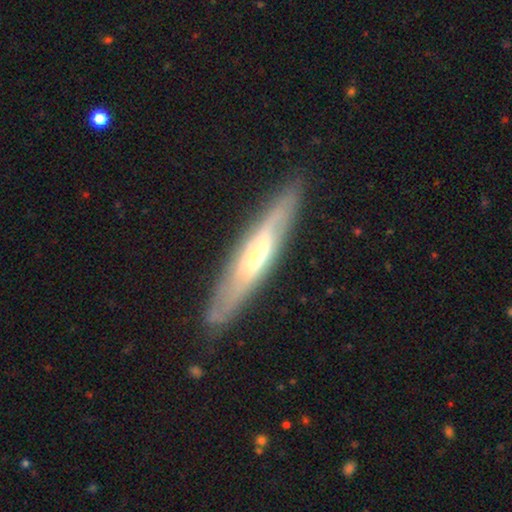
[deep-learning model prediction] Smooth or featured: featured or disk — 65% (smooth — 29%)
Edge-on disk: yes — 71% (no — 29%)
Merging: none — 85% (minor disturbance — 11%)